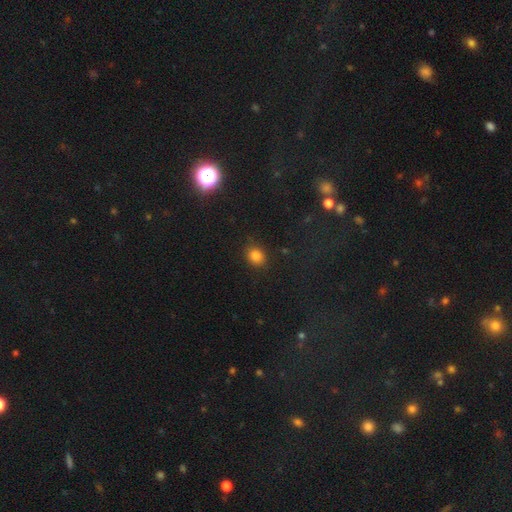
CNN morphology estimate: Smooth or featured?
  - smooth: 83% *
  - star or artifact: 12%
  - featured or disk: 5%
How rounded?
  - round: 60% *
  - in between: 39%
  - cigar-shaped: 1%
Merging?
  - none: 83% *
  - minor disturbance: 12%
  - major disturbance: 3%
  - merger: 2%